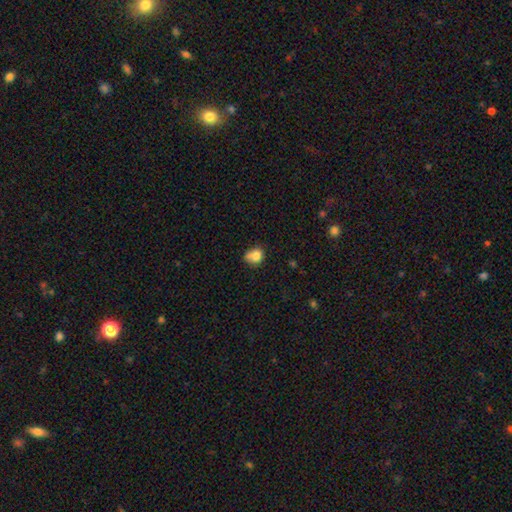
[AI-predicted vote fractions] smooth-or-featured: smooth: 81% | star or artifact: 10% | featured or disk: 9%
  how-rounded: round: 58% | in between: 41% | cigar-shaped: 1%
  merging: none: 46% | minor disturbance: 35% | major disturbance: 10% | merger: 8%